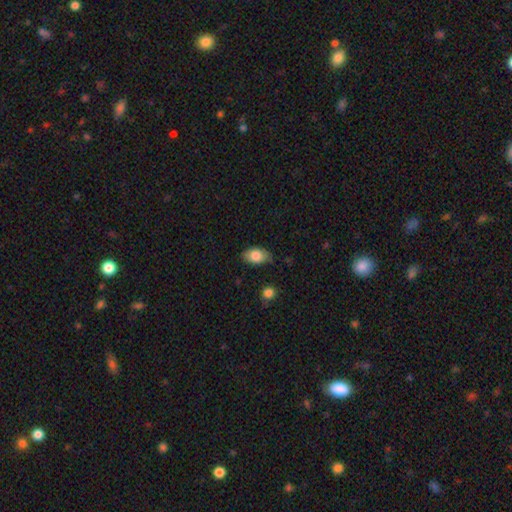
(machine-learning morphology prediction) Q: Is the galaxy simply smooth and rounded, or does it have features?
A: smooth — 81%.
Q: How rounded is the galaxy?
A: in between — 90%.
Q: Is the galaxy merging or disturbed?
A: none — 74%.